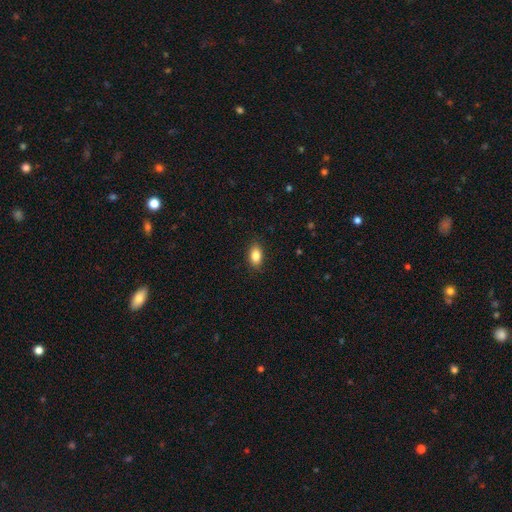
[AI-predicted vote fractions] The model was most divided on "smooth or featured": smooth: 86%, star or artifact: 8%, featured or disk: 6%. More confident: how rounded — in between (90%); merging — none (88%).